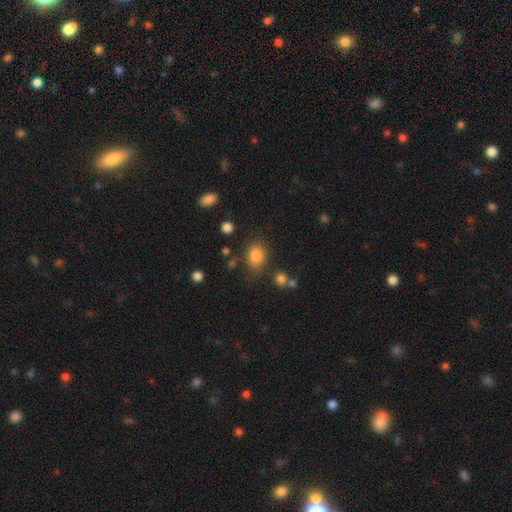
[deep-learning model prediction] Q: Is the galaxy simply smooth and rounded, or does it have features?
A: smooth — 83%.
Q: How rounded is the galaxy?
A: in between — 54%.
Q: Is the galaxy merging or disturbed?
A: none — 71%.